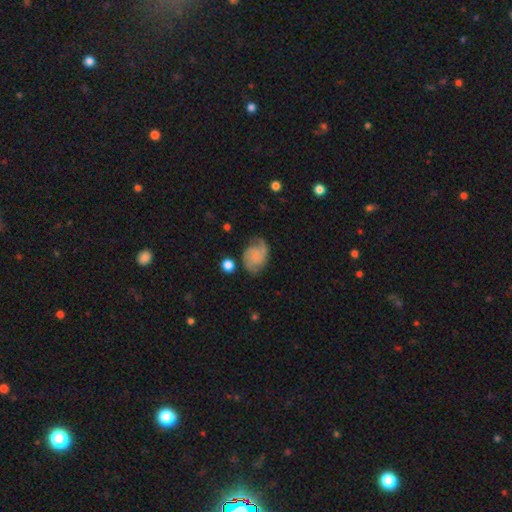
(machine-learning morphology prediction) featured or disk 65%, smooth 27%, star or artifact 8%. Down the decision tree: edge-on disk — no (98%); bar — no (69%); spiral arms — yes (93%); spiral arm count — 2 (76%); spiral winding — medium (45%); bulge size — none (47%); merging — none (63%).